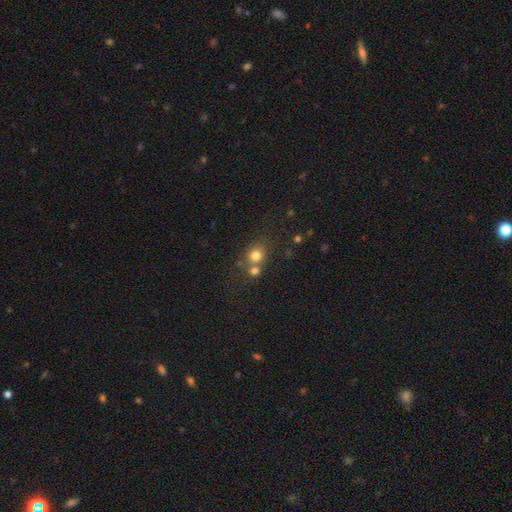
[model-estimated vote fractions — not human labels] This appears to be a smooth galaxy with no disk features (78%) that is round (78%). Merging: none (51%).